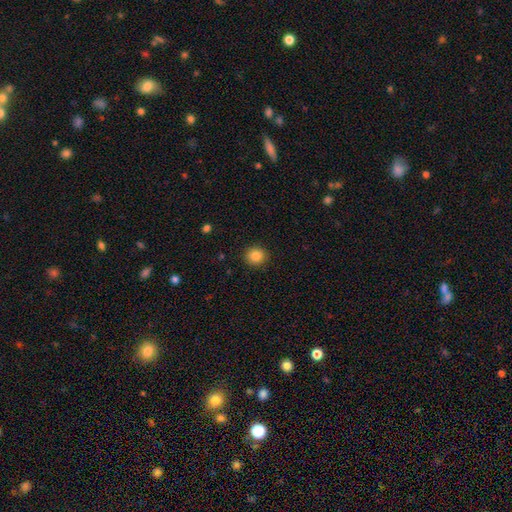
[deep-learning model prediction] This is clearly a smooth galaxy (85%). How rounded: clearly round (90%). Merging: clearly none (91%).